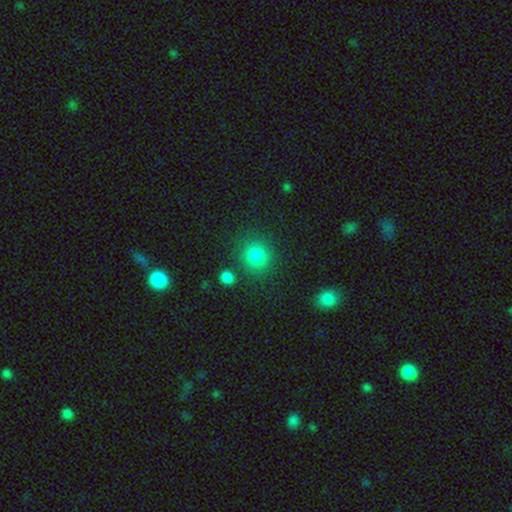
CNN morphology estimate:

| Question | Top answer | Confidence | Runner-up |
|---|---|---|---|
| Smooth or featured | smooth | 83% | star or artifact (12%) |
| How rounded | round | 80% | in between (18%) |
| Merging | none | 81% | minor disturbance (10%) |